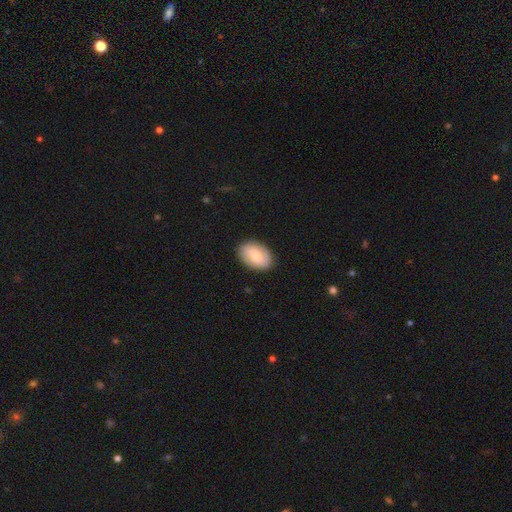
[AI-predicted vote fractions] Smooth or featured: smooth — 68% (featured or disk — 26%)
How rounded: in between — 86% (round — 13%)
Merging: none — 88% (minor disturbance — 9%)